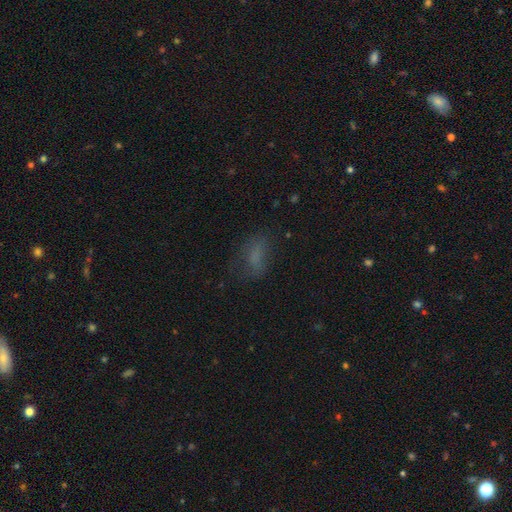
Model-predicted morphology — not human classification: smooth 66%, star or artifact 18%, featured or disk 16%. Down the decision tree: how rounded — in between (80%); merging — none (58%).